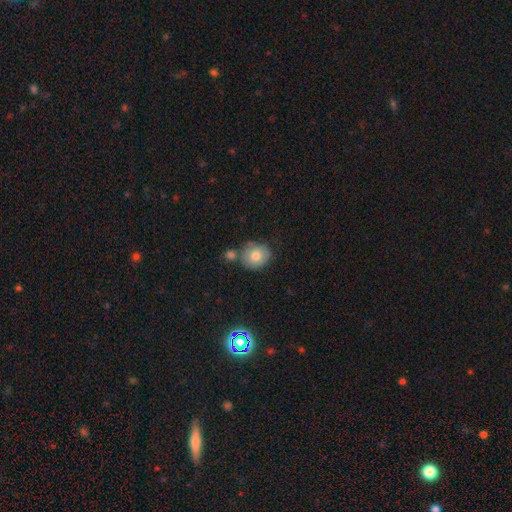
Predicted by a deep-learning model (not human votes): Smooth or featured: smooth — 78% (featured or disk — 14%)
How rounded: round — 77% (in between — 22%)
Merging: none — 61% (merger — 20%)